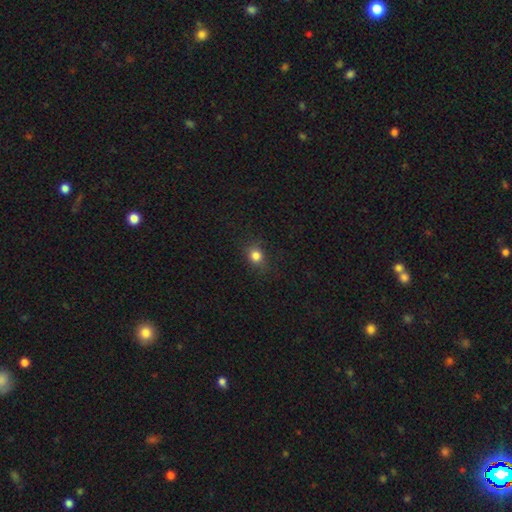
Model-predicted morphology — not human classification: smooth 81%, star or artifact 14%, featured or disk 5%. Down the decision tree: how rounded — round (76%); merging — none (82%).